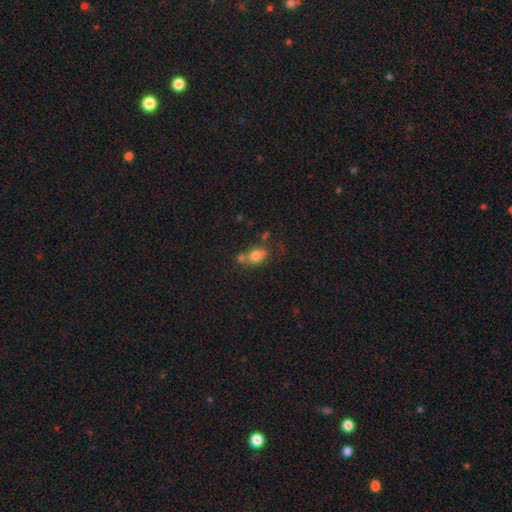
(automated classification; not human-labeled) Morphology: type=smooth (73%); roundness=in between (55%); merging=none (43%).